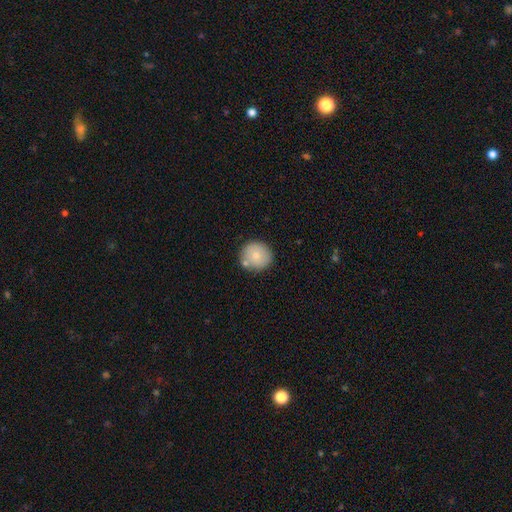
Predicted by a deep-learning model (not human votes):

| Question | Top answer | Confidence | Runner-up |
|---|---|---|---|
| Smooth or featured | smooth | 78% | featured or disk (13%) |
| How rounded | round | 91% | in between (9%) |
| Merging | none | 76% | minor disturbance (11%) |